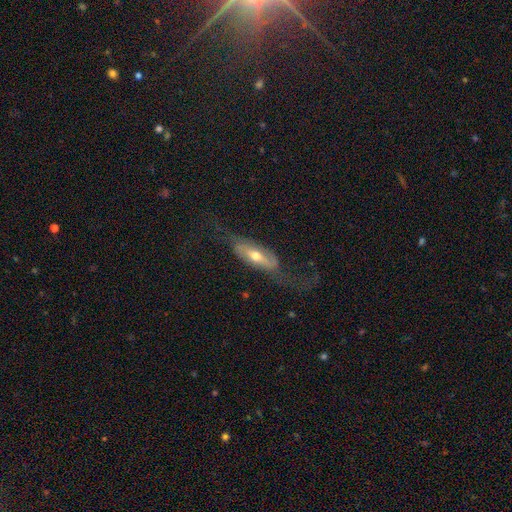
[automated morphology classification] smooth_or_featured: featured or disk (p=0.64) [alt: smooth p=0.30]
disk_edge_on: no (p=0.70) [alt: yes p=0.30]
merging: none (p=0.49) [alt: major disturbance p=0.29]